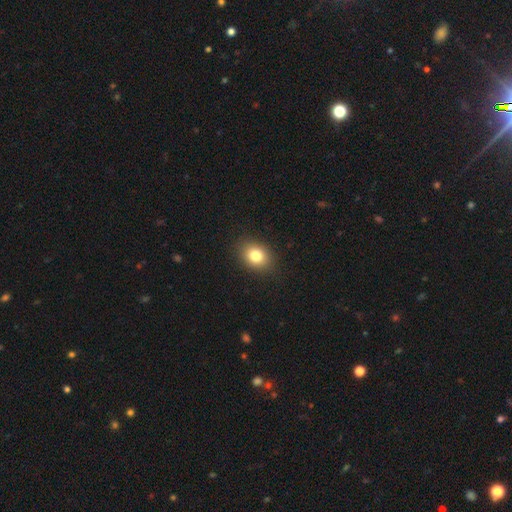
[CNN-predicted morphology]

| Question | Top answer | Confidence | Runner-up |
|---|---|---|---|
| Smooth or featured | smooth | 81% | star or artifact (11%) |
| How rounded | in between | 57% | round (42%) |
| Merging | none | 89% | minor disturbance (8%) |